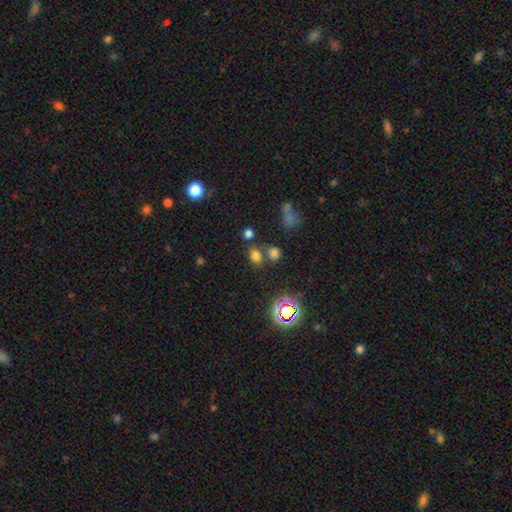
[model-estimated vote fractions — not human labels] Morphology: type=smooth (70%); roundness=in between (56%); merging=none (66%).